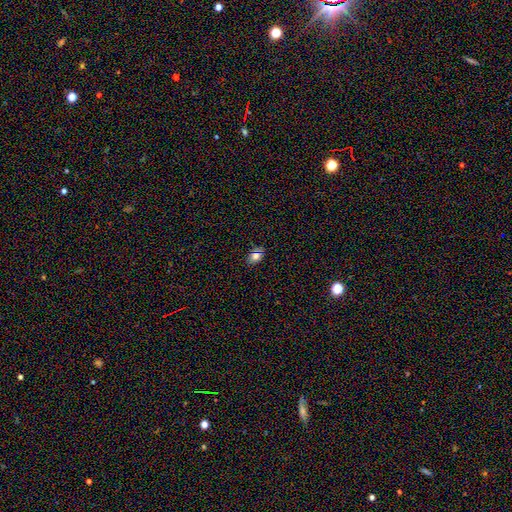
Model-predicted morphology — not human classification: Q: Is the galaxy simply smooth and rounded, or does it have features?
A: smooth — 75%.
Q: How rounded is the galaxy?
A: in between — 78%.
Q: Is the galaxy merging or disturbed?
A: none — 82%.